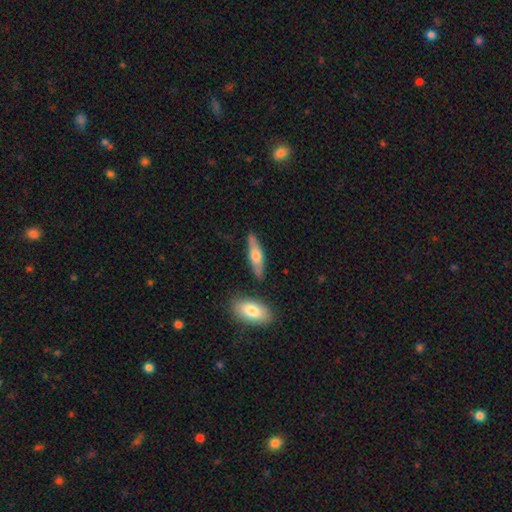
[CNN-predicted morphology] A smooth galaxy with no disk features (51%) that is cigar-shaped (60%). Merging: none (81%).